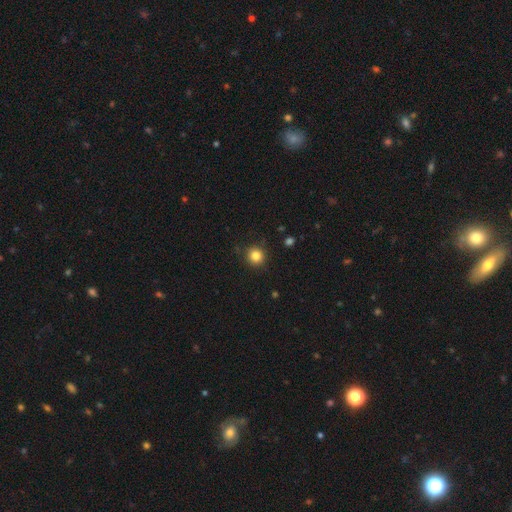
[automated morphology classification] type=smooth (84%); roundness=round (93%); merging=none (89%).